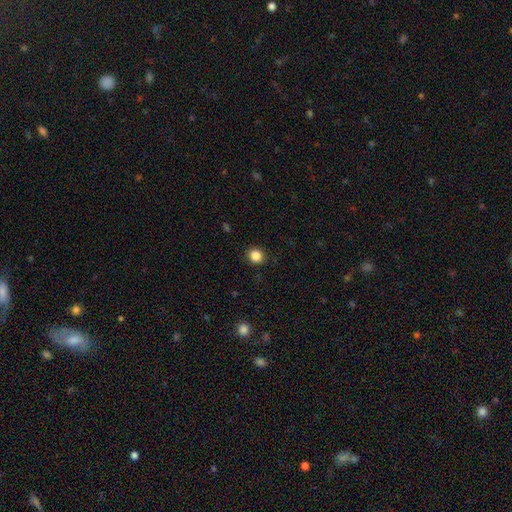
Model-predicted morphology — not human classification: Smooth or featured?
  - smooth: 86% *
  - star or artifact: 11%
  - featured or disk: 3%
How rounded?
  - round: 83% *
  - in between: 16%
  - cigar-shaped: 1%
Merging?
  - none: 90% *
  - minor disturbance: 7%
  - major disturbance: 2%
  - merger: 1%